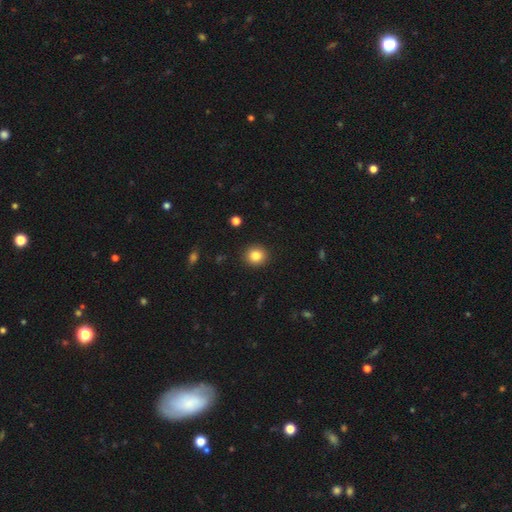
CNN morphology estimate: smooth 84%, star or artifact 10%, featured or disk 6%. Down the decision tree: how rounded — round (87%); merging — none (92%).